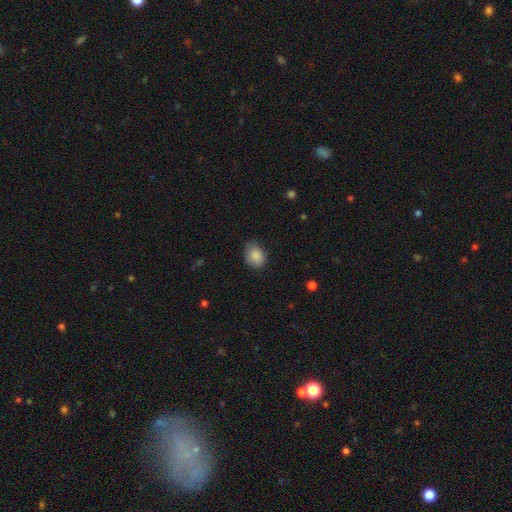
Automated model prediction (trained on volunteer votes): Smooth or featured? Predicted: smooth (p=0.87). How rounded? Predicted: in between (p=0.55). Merging? Predicted: none (p=0.69).